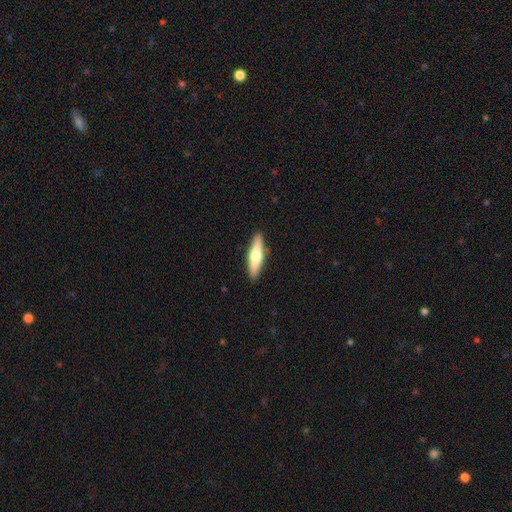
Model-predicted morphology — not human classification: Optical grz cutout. It shows a smooth galaxy with no disk features (56%) that is cigar-shaped (73%). Merging: none (89%).